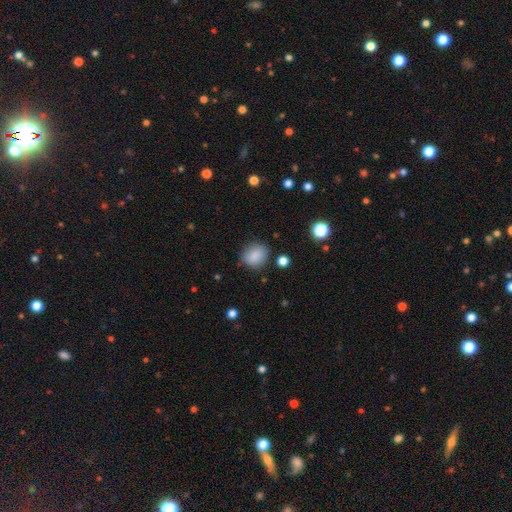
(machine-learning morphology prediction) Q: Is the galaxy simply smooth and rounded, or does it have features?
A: smooth — 86%.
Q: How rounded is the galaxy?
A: round — 66%.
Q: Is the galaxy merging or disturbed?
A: none — 82%.